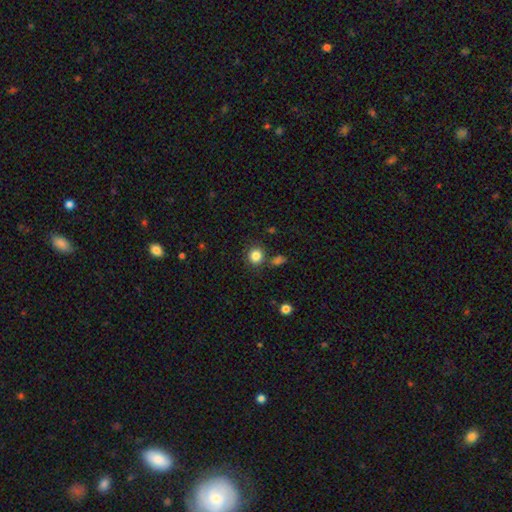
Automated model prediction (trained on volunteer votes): smooth_or_featured: smooth (p=0.84) [alt: star or artifact p=0.11]
how_rounded: round (p=0.86) [alt: in between p=0.13]
merging: none (p=0.80) [alt: minor disturbance p=0.10]